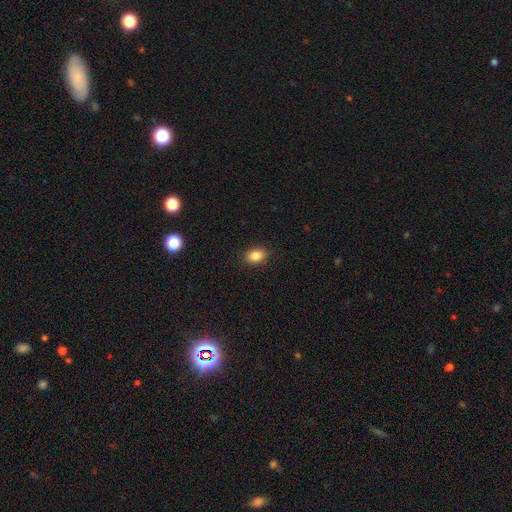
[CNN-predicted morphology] Q: Smooth or featured?
A: smooth (85%); runner-up: star or artifact (9%)
Q: How rounded?
A: in between (69%); runner-up: round (29%)
Q: Merging?
A: none (89%); runner-up: minor disturbance (8%)